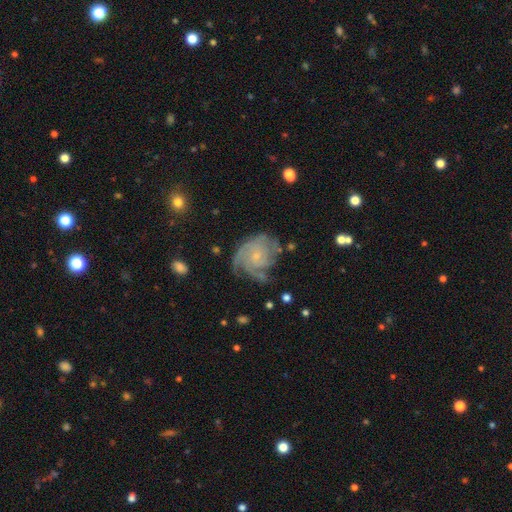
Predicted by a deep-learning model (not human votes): A featured or disk galaxy (84%) with no bar (73%), 3 (31%) tight (56%) spiral arms (96%) and a small central bulge (79%).

Vote fractions:
- Smooth or featured? featured or disk: 84% / smooth: 10% / star or artifact: 6%
- Edge-on disk? no: 98% / yes: 2%
- Bar? no: 73% / weak: 24% / strong: 4%
- Spiral arms? yes: 96% / no: 4%
- Spiral winding? tight: 56% / medium: 34% / loose: 10%
- Spiral arm count? 3: 31% / can't tell: 23% / 4: 18% / 2: 14% / more than 4: 7% / 1: 7%
- Bulge size? small: 79% / moderate: 14% / none: 5% / large: 1% / dominant: 1%
- Merging? none: 57% / minor disturbance: 23% / major disturbance: 17% / merger: 3%